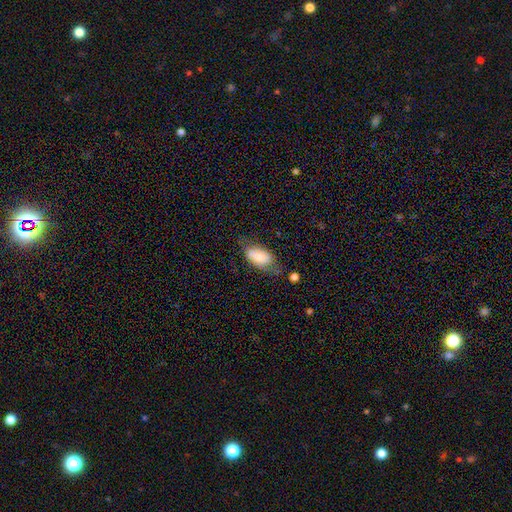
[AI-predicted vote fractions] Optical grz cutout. It shows a smooth galaxy with no disk features (71%) that is in between round and cigar-shaped (92%). Merging: none (52%).